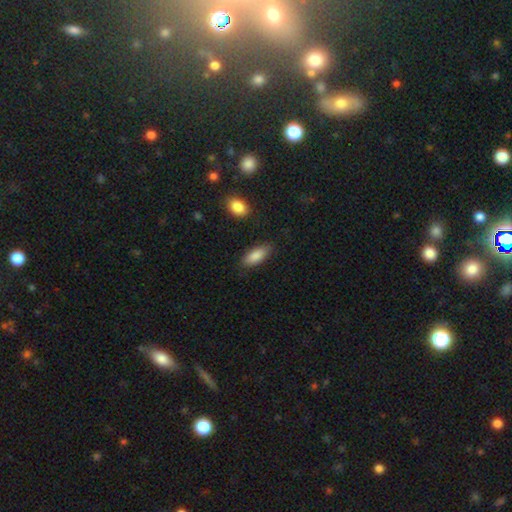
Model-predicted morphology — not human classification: smooth-or-featured: smooth: 86% | featured or disk: 8% | star or artifact: 6%
  how-rounded: in between: 82% | cigar-shaped: 15% | round: 2%
  merging: none: 81% | minor disturbance: 14% | major disturbance: 3% | merger: 2%